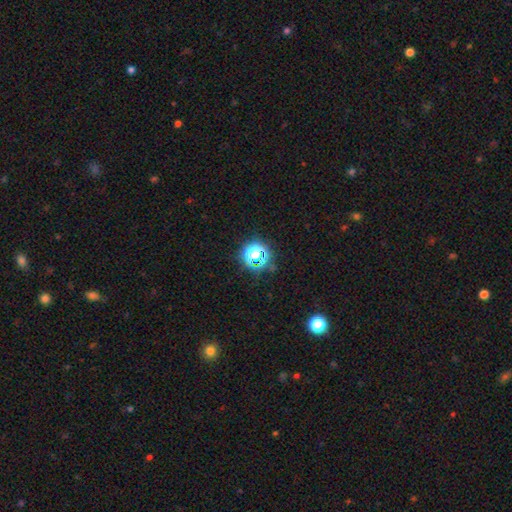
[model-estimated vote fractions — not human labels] Q: Smooth or featured?
A: star or artifact (57%); runner-up: smooth (33%)